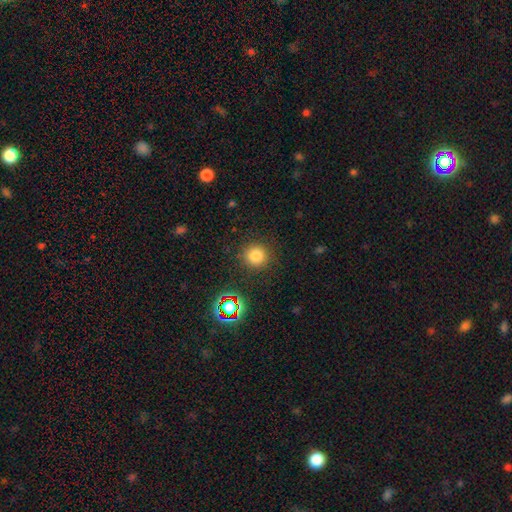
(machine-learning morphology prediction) Smooth or featured: smooth — 77% (star or artifact — 17%)
How rounded: round — 93% (in between — 6%)
Merging: none — 88% (minor disturbance — 7%)